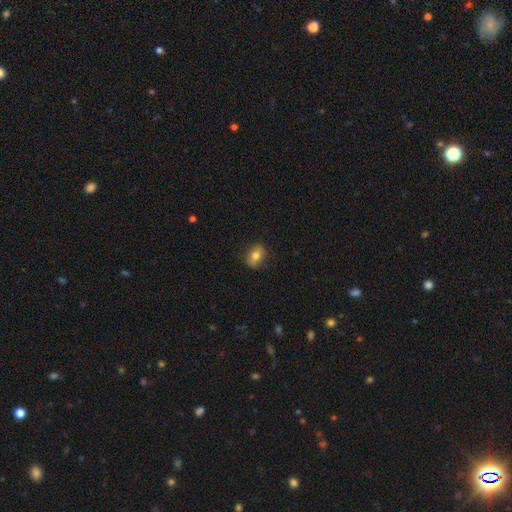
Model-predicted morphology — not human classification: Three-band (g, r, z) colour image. It shows a smooth galaxy with no disk features (76%) that is in between round and cigar-shaped (68%). Merging: none (84%).